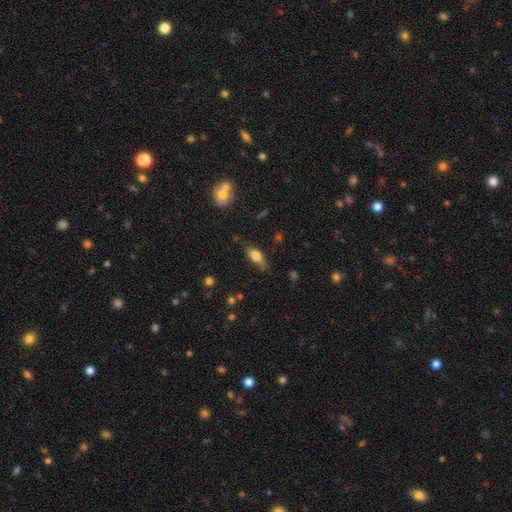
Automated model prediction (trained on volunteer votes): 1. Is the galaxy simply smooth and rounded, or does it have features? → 67% smooth, 25% featured or disk, 8% star or artifact.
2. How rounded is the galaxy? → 74% in between, 20% cigar-shaped, 5% round.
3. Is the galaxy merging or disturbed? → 67% none, 24% minor disturbance, 6% major disturbance, 2% merger.